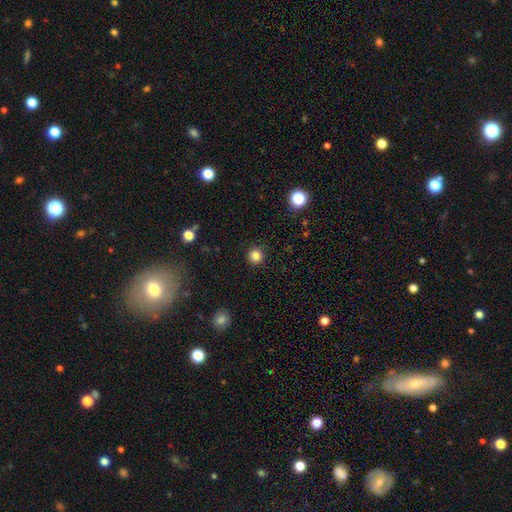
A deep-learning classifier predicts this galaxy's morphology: smooth-or-featured: smooth: 84% | star or artifact: 12% | featured or disk: 3%
  how-rounded: round: 95% | in between: 4% | cigar-shaped: 1%
  merging: none: 91% | minor disturbance: 5% | major disturbance: 2% | merger: 1%